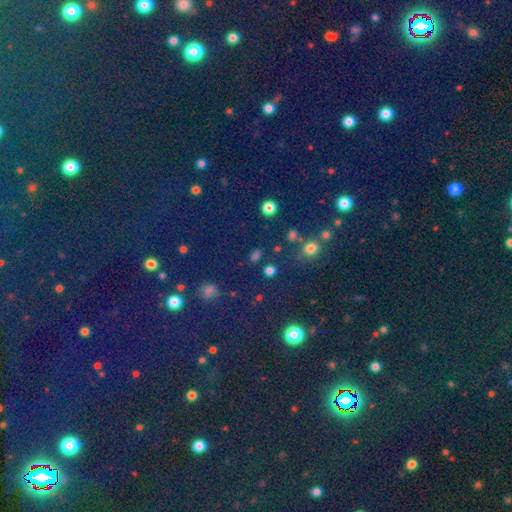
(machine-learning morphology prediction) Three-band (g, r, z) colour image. It shows a smooth galaxy with no disk features (55%) that is round (60%). Merging: none (80%).